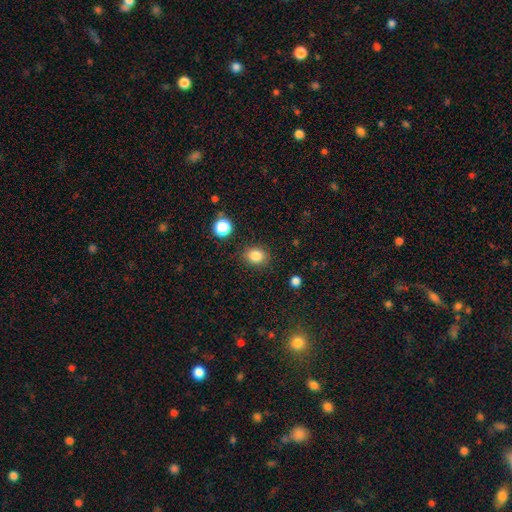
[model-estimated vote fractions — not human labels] The model was most divided on "how rounded": round: 55%, in between: 44%, cigar-shaped: 1%. More confident: merging — none (84%); smooth or featured — smooth (84%).